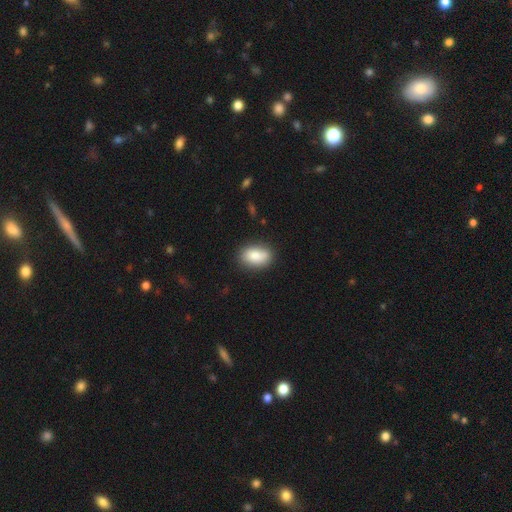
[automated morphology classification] The model was most divided on "merging": none: 77%, minor disturbance: 16%, major disturbance: 4%, merger: 3%. More confident: how rounded — in between (86%); smooth or featured — smooth (84%).